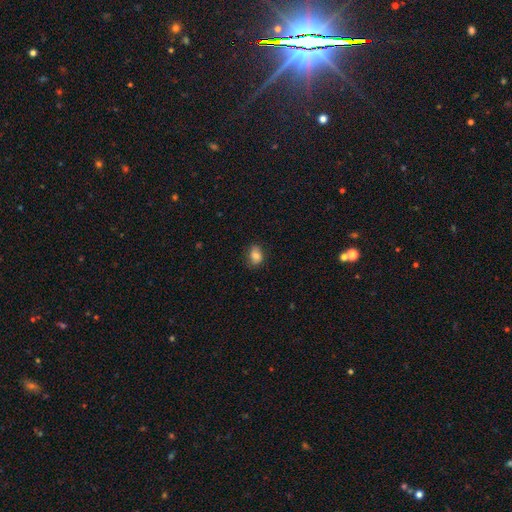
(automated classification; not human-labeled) The model was most divided on "how rounded": in between: 68%, round: 31%, cigar-shaped: 1%. More confident: smooth or featured — smooth (78%); merging — none (73%).